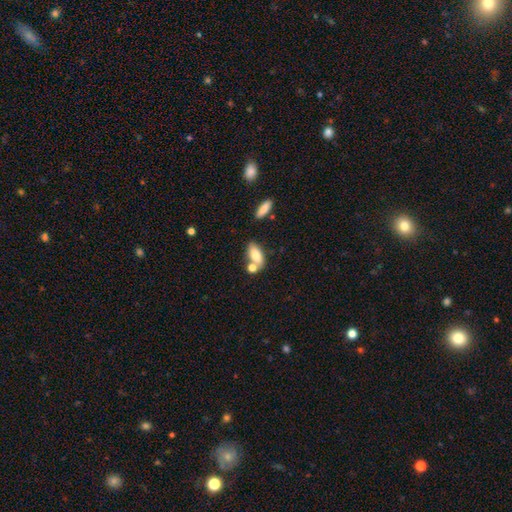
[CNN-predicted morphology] Overall: smooth (79%). How rounded: in between (83%). Merging: none (48%; merger 33%).